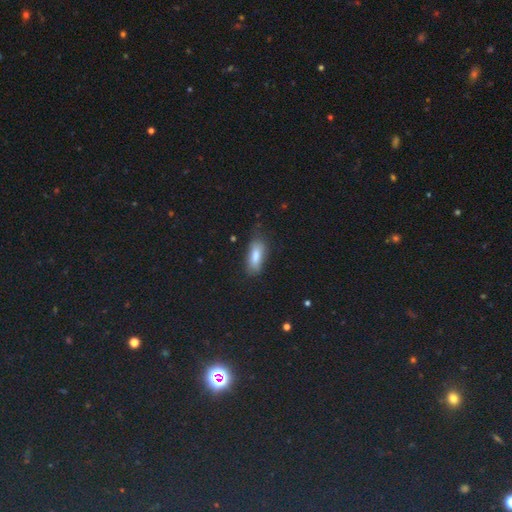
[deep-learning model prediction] Smooth or featured? Predicted: smooth (p=0.74). How rounded? Predicted: in between (p=0.75). Merging? Predicted: none (p=0.71).